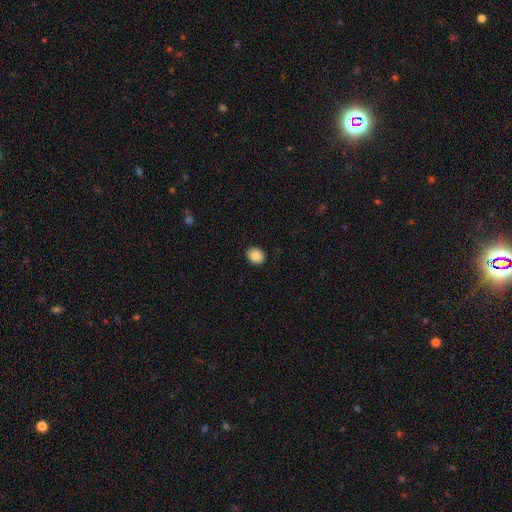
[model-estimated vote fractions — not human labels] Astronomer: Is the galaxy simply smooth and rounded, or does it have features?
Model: smooth — 88%.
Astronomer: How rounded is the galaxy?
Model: round — 62% (runner-up: in between, 37%).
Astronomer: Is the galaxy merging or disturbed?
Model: none — 90%.